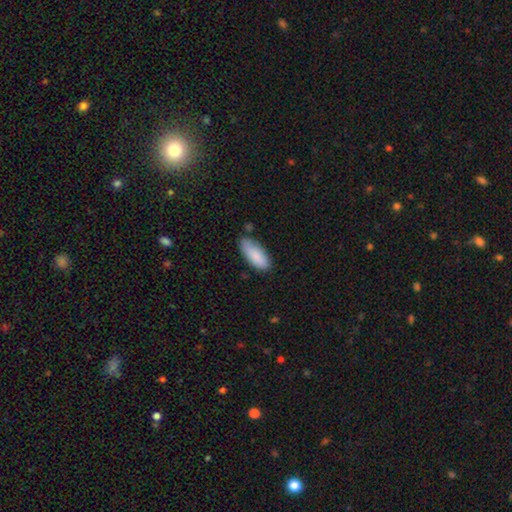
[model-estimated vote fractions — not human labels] This appears to be a smooth galaxy with no disk features (87%) that is in between round and cigar-shaped (81%). Merging: none (73%).